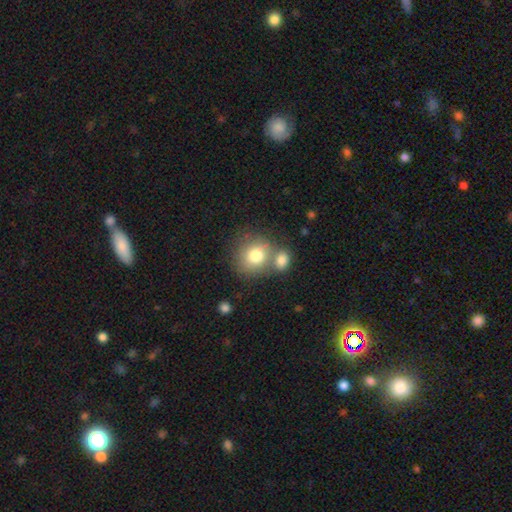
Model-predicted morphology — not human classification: The model was most divided on "merging": none: 48%, merger: 36%, minor disturbance: 12%, major disturbance: 5%. More confident: how rounded — round (76%); smooth or featured — smooth (76%).